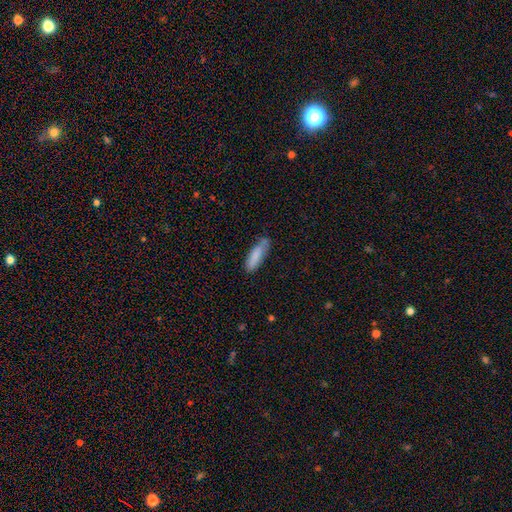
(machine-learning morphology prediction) A smooth galaxy with no disk features (83%) that is cigar-shaped (56%). Merging: none (65%).